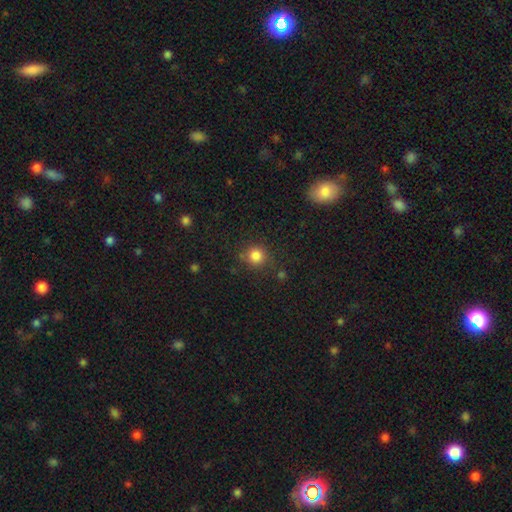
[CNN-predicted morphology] smooth-or-featured: smooth: 83% | star or artifact: 12% | featured or disk: 5%
  how-rounded: round: 92% | in between: 7% | cigar-shaped: 1%
  merging: none: 82% | minor disturbance: 10% | merger: 4% | major disturbance: 4%